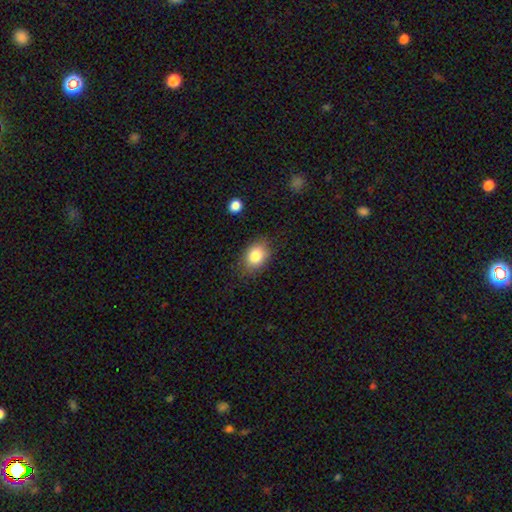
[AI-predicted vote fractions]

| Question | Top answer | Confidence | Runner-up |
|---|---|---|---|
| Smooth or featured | smooth | 83% | star or artifact (9%) |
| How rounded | in between | 72% | round (27%) |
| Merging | none | 80% | minor disturbance (15%) |